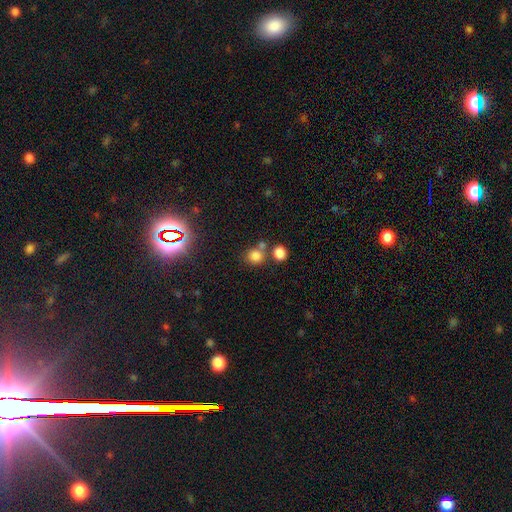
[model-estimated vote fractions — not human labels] smooth 78%, star or artifact 15%, featured or disk 7%. Down the decision tree: how rounded — round (82%); merging — none (59%).